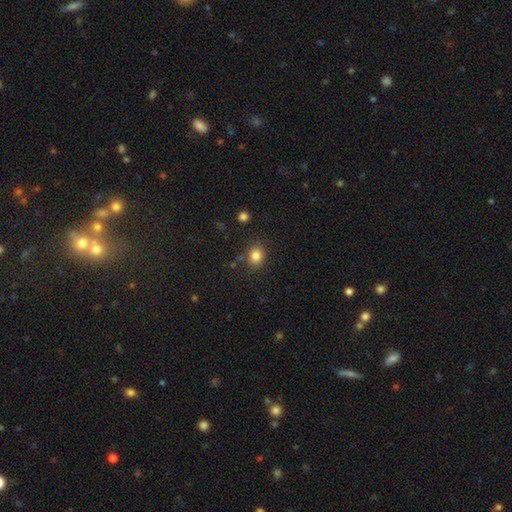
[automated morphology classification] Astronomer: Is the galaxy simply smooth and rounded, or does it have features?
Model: smooth — 84%.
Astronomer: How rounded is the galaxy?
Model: round — 73%.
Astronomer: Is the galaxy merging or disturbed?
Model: none — 82%.